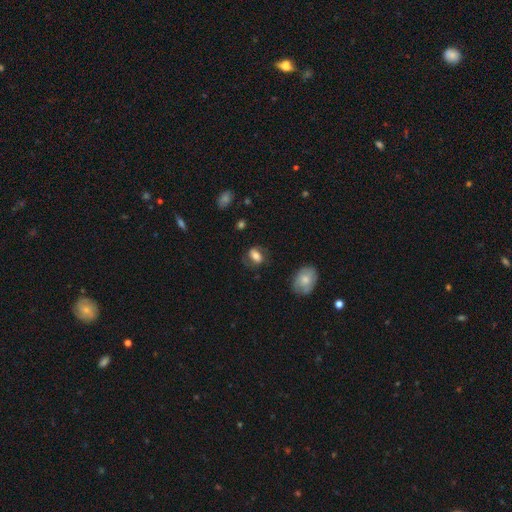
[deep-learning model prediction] Smooth or featured?
  - smooth: 64% *
  - featured or disk: 27%
  - star or artifact: 9%
How rounded?
  - in between: 77% *
  - round: 20%
  - cigar-shaped: 3%
Merging?
  - none: 65% *
  - minor disturbance: 21%
  - major disturbance: 11%
  - merger: 2%